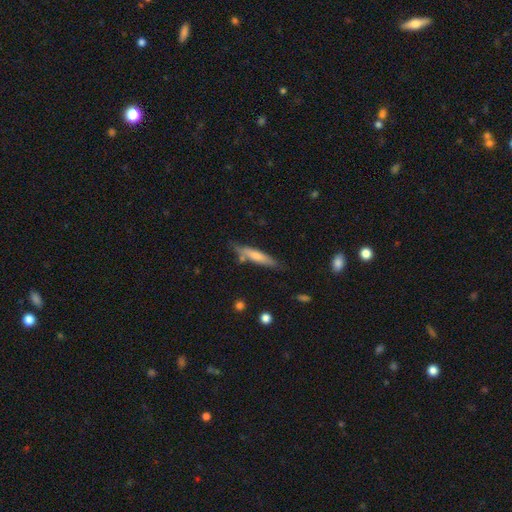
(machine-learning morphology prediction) This is likely a smooth galaxy (65%). How rounded: clearly cigar-shaped (85%). Merging: likely none (72%).